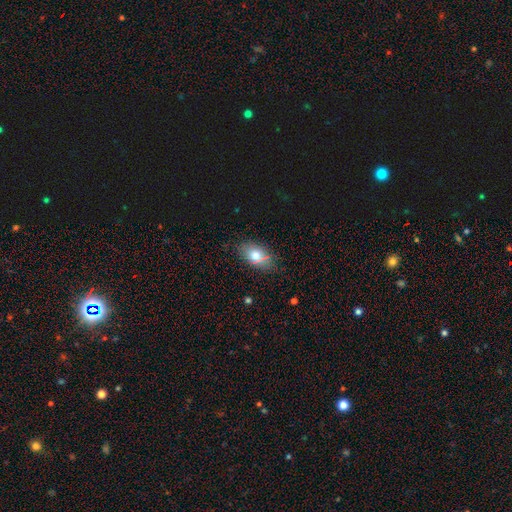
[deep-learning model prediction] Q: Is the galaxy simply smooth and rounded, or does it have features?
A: smooth — 74%.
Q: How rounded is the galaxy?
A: in between — 83%.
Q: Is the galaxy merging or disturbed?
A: none — 78%.